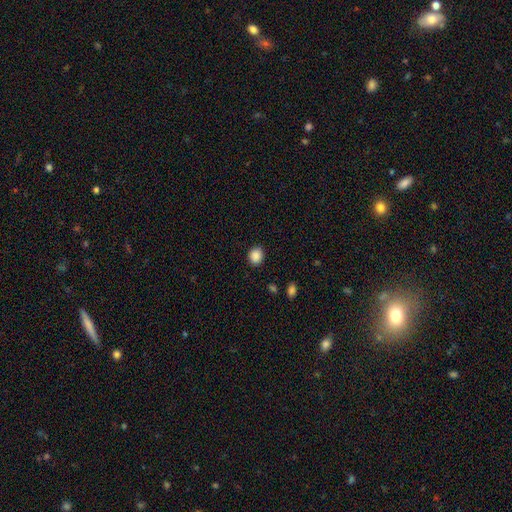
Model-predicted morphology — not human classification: The model was most divided on "how rounded": round: 64%, in between: 35%, cigar-shaped: 1%. More confident: merging — none (90%); smooth or featured — smooth (88%).